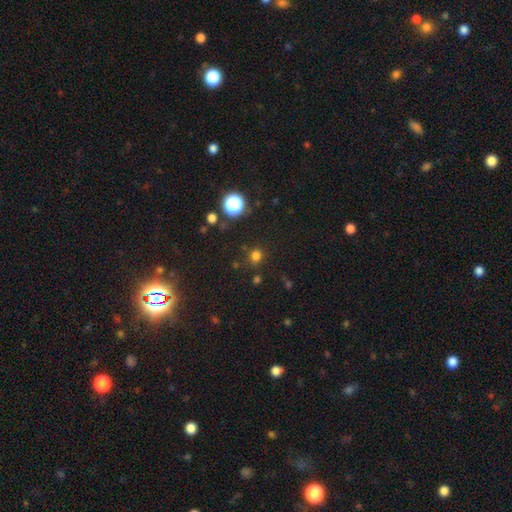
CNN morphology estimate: Overall: smooth (74%). How rounded: round (87%). Merging: none (84%).